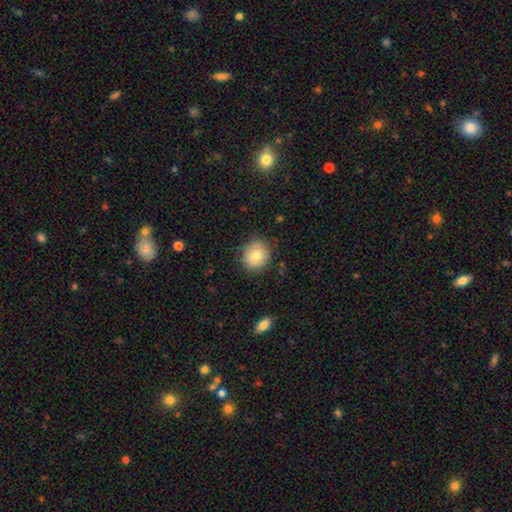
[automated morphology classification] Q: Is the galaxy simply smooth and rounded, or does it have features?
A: smooth — 76%.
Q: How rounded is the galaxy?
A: round — 81%.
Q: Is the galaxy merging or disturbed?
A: none — 81%.